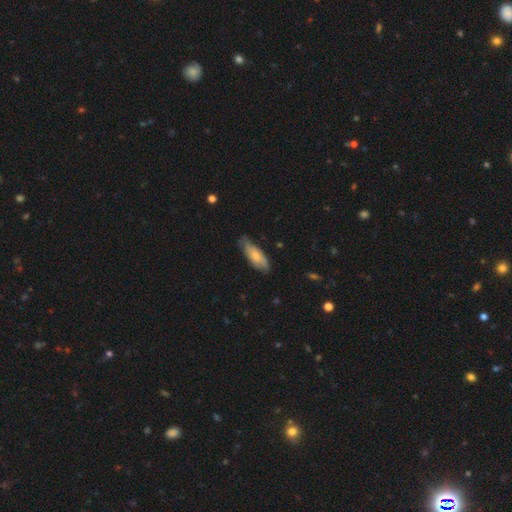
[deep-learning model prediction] smooth-or-featured: smooth: 65% | featured or disk: 29% | star or artifact: 6%
  how-rounded: in between: 66% | cigar-shaped: 32% | round: 2%
  merging: none: 66% | minor disturbance: 27% | major disturbance: 5% | merger: 1%